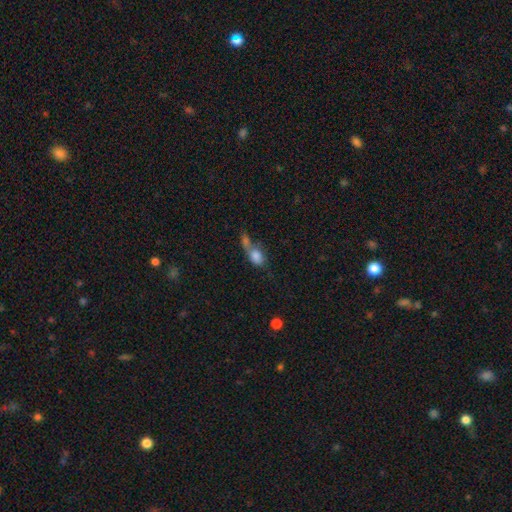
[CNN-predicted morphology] A smooth galaxy with no disk features (77%) that is in between round and cigar-shaped (70%).

Vote fractions:
- Smooth or featured? smooth: 77% / featured or disk: 14% / star or artifact: 9%
- How rounded? in between: 70% / round: 25% / cigar-shaped: 5%
- Merging? merger: 58% / none: 18% / major disturbance: 14% / minor disturbance: 10%